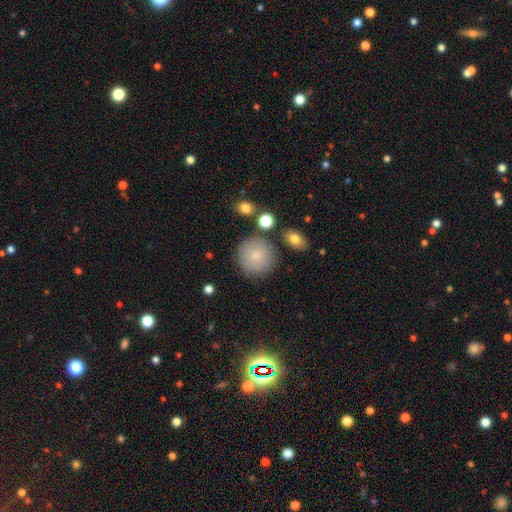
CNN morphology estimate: type=smooth (80%); roundness=round (94%); merging=none (81%).